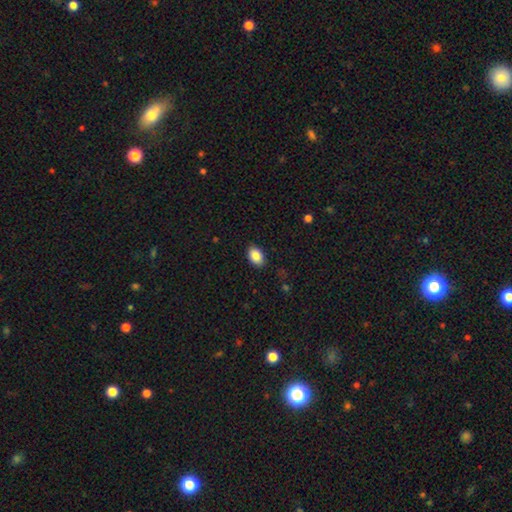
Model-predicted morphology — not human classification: smooth 88%, star or artifact 8%, featured or disk 5%. Down the decision tree: how rounded — in between (88%); merging — none (89%).